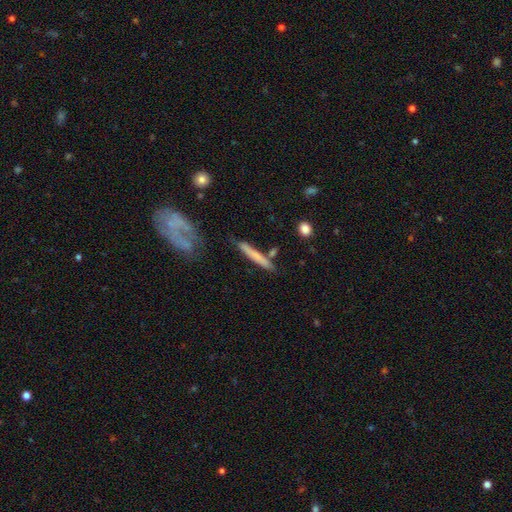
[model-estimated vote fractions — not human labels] This is likely a smooth galaxy (63%). How rounded: clearly cigar-shaped (94%). Merging: likely none (74%).